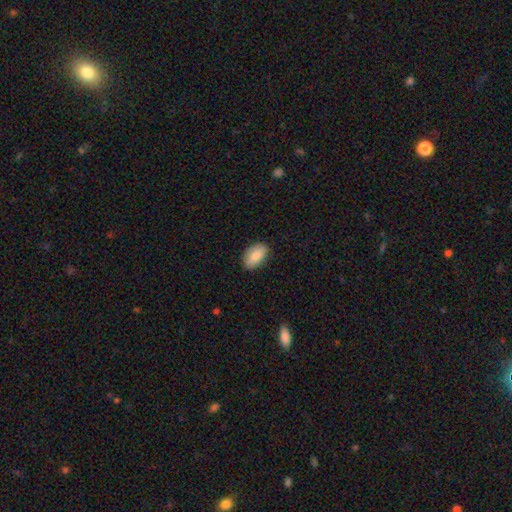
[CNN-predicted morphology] This appears to be a smooth galaxy with no disk features (82%) that is in between round and cigar-shaped (92%). Merging: none (87%).